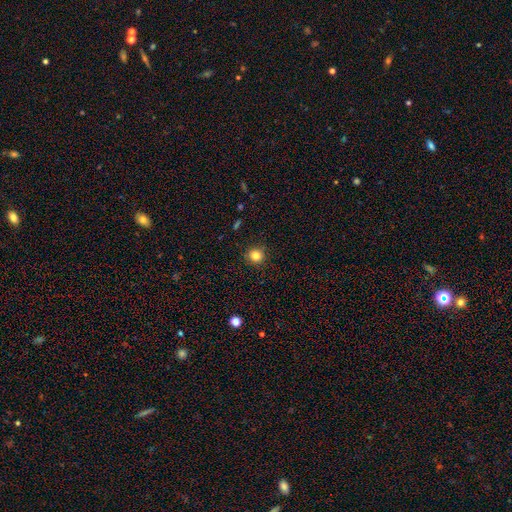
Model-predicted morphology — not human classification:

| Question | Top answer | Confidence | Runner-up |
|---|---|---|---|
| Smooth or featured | smooth | 82% | star or artifact (12%) |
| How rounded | round | 92% | in between (7%) |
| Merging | none | 90% | minor disturbance (7%) |